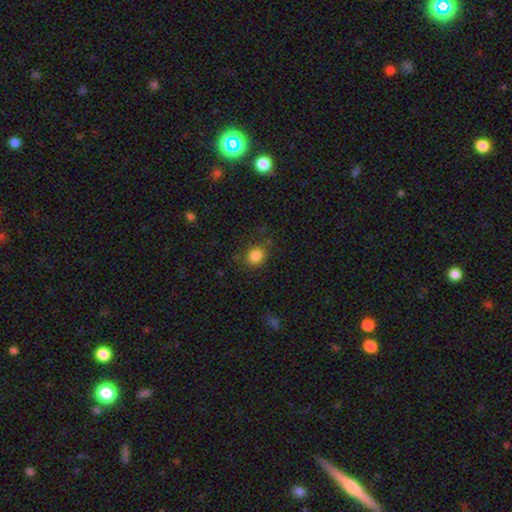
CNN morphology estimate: Overall: smooth (84%). How rounded: round (78%). Merging: none (80%).